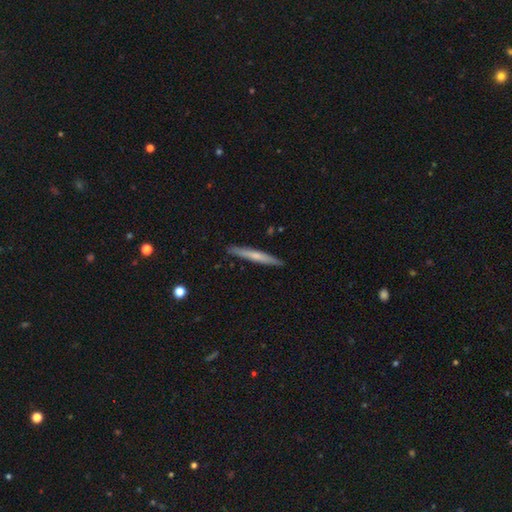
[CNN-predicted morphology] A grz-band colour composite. It shows a smooth galaxy with no disk features (52%) that is cigar-shaped (96%). Merging: none (90%).